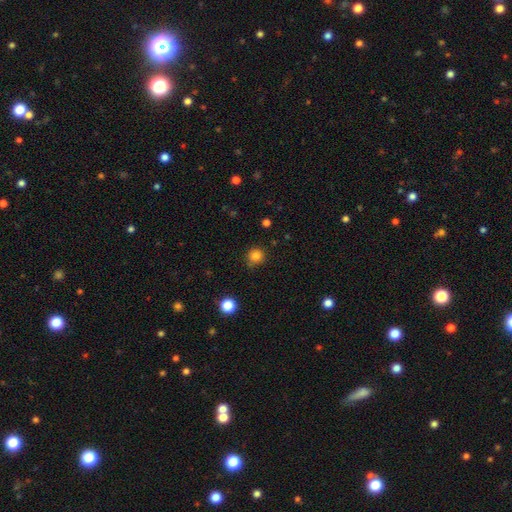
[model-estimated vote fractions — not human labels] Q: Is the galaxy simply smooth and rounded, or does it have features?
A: smooth — 82%.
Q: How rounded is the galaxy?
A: round — 91%.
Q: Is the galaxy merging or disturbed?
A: none — 79%.